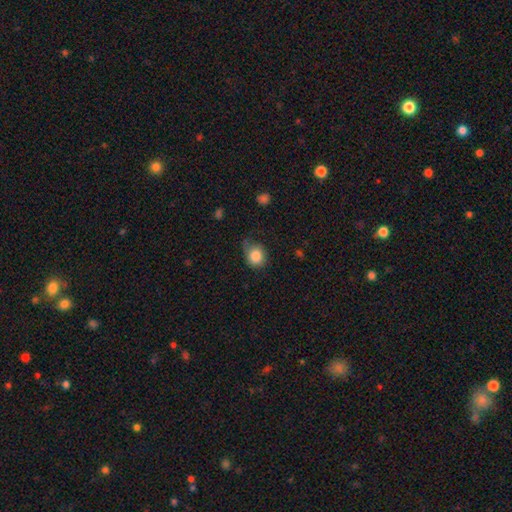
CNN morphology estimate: Smooth or featured? smooth (84%)
How rounded? round (75%)
Merging? none (58%)